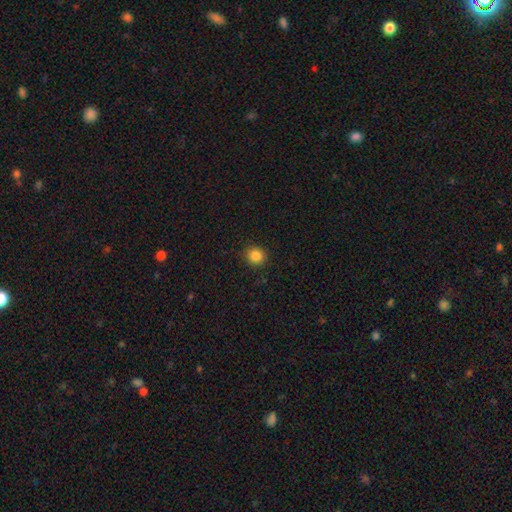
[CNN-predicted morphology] The model was most divided on "smooth or featured": smooth: 85%, star or artifact: 11%, featured or disk: 4%. More confident: merging — none (90%); how rounded — round (89%).